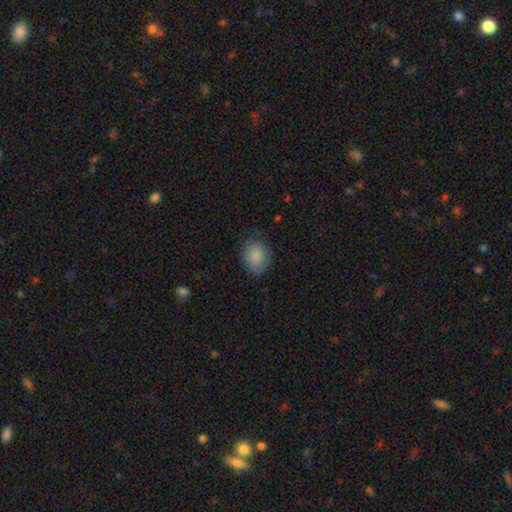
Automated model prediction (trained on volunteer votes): A smooth galaxy with no disk features (85%) that is round (50%). Merging: none (72%).